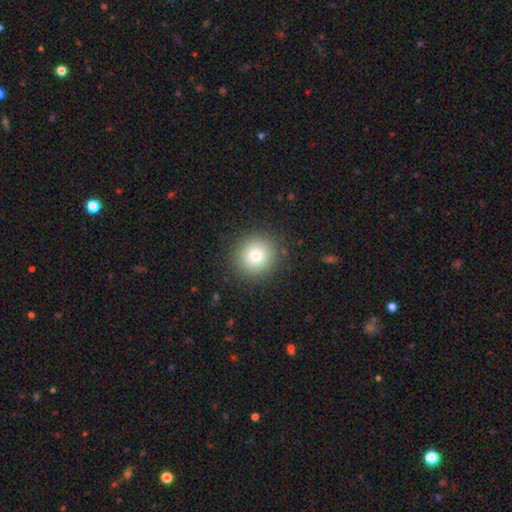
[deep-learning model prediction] The model was most divided on "smooth or featured": smooth: 78%, star or artifact: 12%, featured or disk: 9%. More confident: how rounded — round (93%); merging — none (90%).